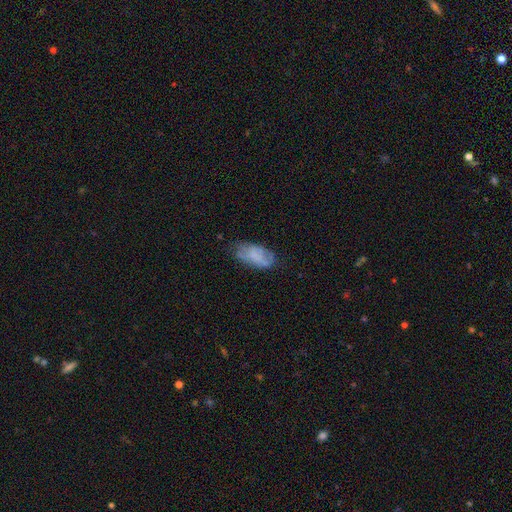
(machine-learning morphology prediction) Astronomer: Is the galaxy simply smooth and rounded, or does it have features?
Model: smooth — 57% (runner-up: featured or disk, 34%).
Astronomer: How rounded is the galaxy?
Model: in between — 93%.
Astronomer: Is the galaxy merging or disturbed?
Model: none — 55%.